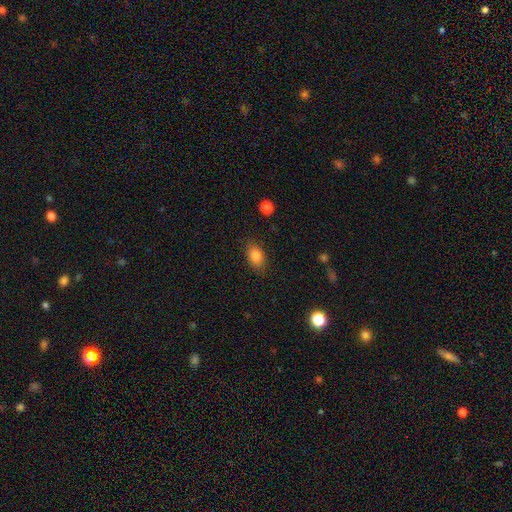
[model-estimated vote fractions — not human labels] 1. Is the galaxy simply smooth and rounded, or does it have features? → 85% smooth, 9% star or artifact, 6% featured or disk.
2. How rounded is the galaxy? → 83% in between, 15% round, 2% cigar-shaped.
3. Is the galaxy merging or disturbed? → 83% none, 13% minor disturbance, 3% major disturbance, 1% merger.